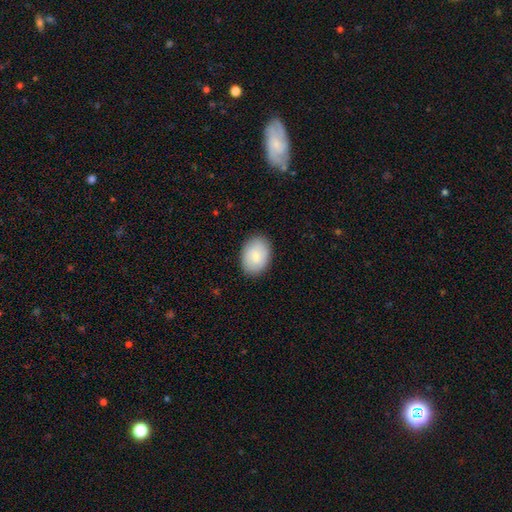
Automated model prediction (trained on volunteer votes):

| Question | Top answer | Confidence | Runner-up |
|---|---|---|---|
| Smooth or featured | smooth | 86% | featured or disk (8%) |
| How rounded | in between | 77% | round (22%) |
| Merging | none | 88% | minor disturbance (9%) |